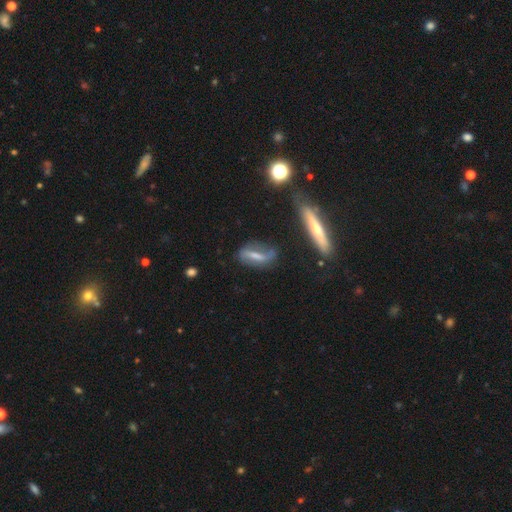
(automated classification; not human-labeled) smooth_or_featured: featured or disk (p=0.56) [alt: smooth p=0.35]
disk_edge_on: no (p=0.78) [alt: yes p=0.22]
merging: none (p=0.56) [alt: minor disturbance p=0.25]